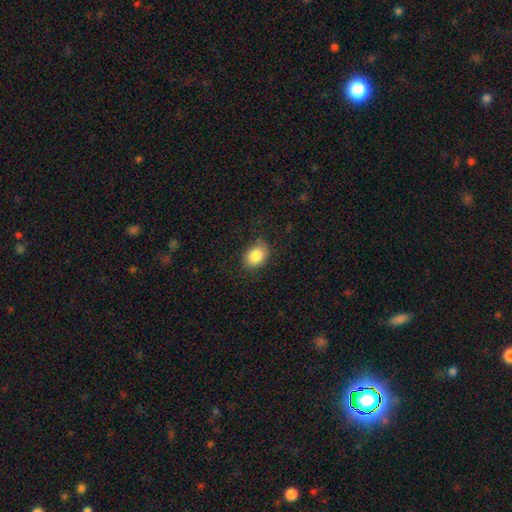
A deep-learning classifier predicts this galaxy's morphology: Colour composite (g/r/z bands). It shows a smooth galaxy with no disk features (86%) that is in between round and cigar-shaped (68%). Merging: none (79%).